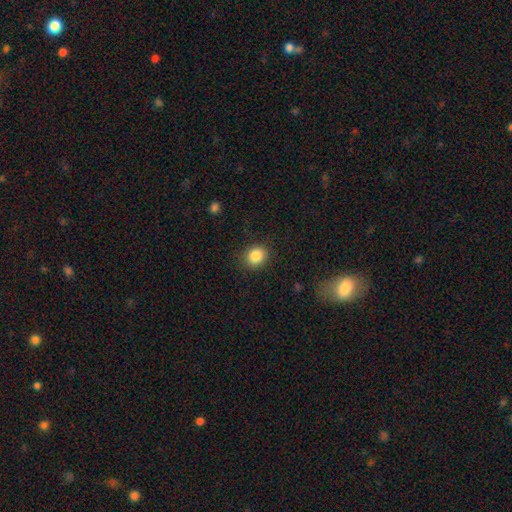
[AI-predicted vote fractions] smooth-or-featured: smooth: 86% | star or artifact: 10% | featured or disk: 5%
  how-rounded: round: 67% | in between: 32% | cigar-shaped: 1%
  merging: none: 87% | minor disturbance: 9% | major disturbance: 3% | merger: 1%